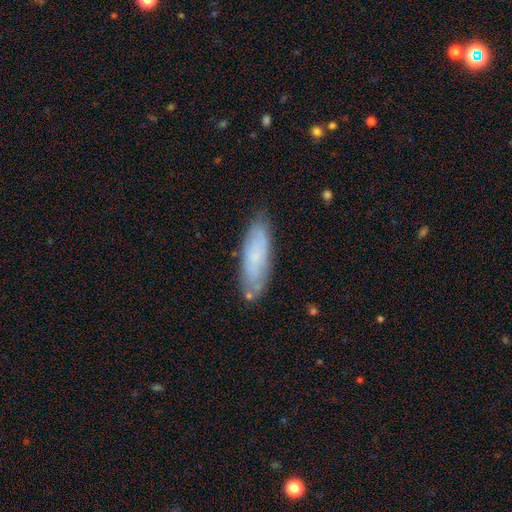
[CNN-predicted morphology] Smooth or featured?
  - smooth: 64% *
  - featured or disk: 28%
  - star or artifact: 7%
How rounded?
  - in between: 49% * (tied)
  - cigar-shaped: 49% * (tied)
  - round: 2%
Merging?
  - none: 75% *
  - minor disturbance: 18%
  - major disturbance: 4%
  - merger: 3%